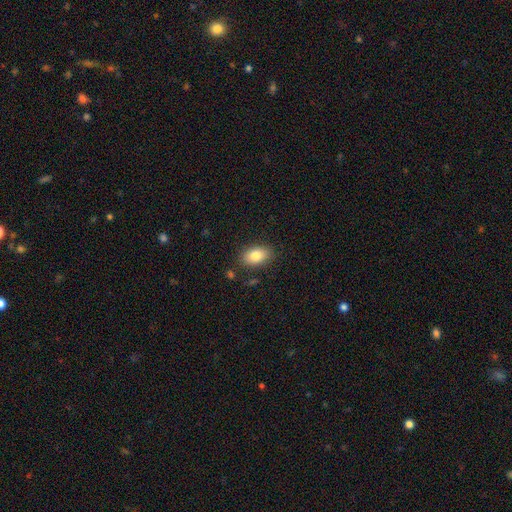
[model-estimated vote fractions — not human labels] Overall: smooth (83%). How rounded: in between (90%). Merging: none (84%).